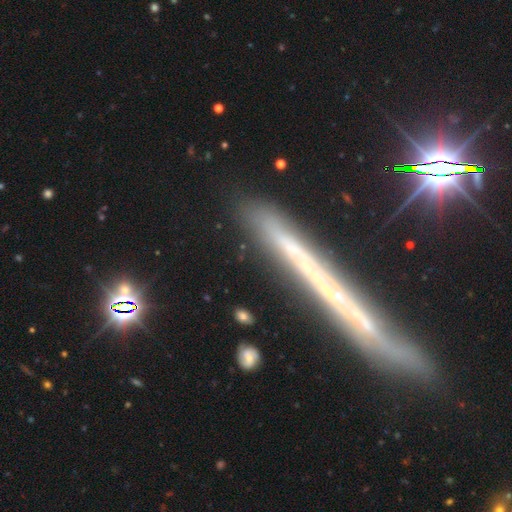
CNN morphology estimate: featured or disk 63%, smooth 23%, star or artifact 14%. Down the decision tree: edge-on disk — yes (93%); edge-on bulge — none (90%); merging — none (82%).